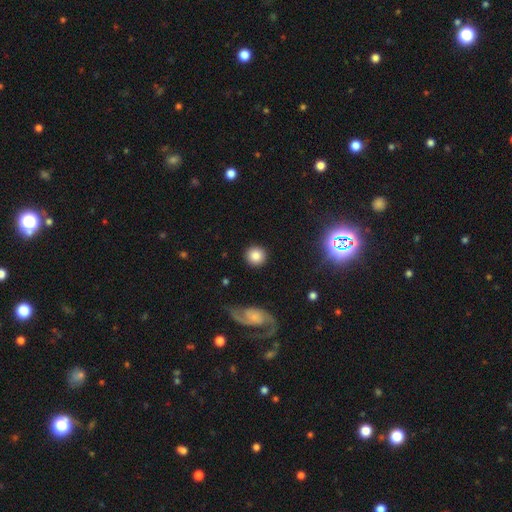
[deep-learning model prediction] smooth_or_featured: smooth (p=0.81) [alt: star or artifact p=0.10]
how_rounded: round (p=0.92) [alt: in between p=0.07]
merging: none (p=0.89) [alt: minor disturbance p=0.06]